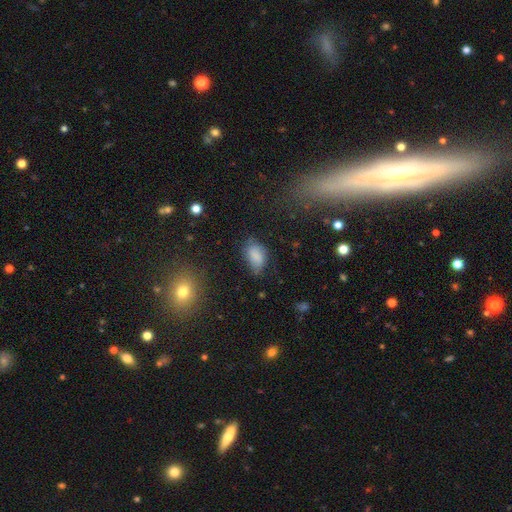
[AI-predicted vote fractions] This appears to be a smooth galaxy with no disk features (80%) that is in between round and cigar-shaped (89%). Merging: none (55%).